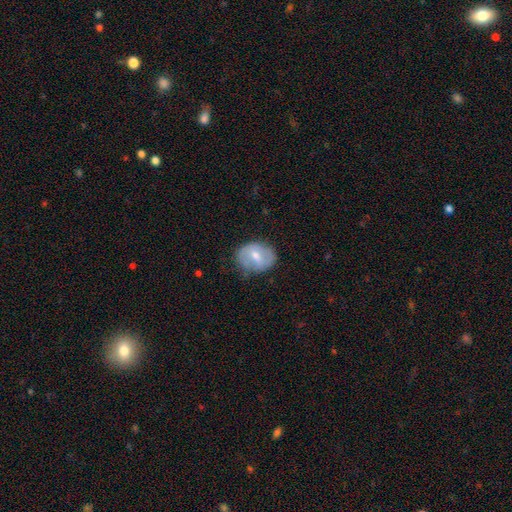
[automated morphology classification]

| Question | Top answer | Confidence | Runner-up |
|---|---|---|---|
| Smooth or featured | smooth | 50% | featured or disk (43%) |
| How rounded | round | 50% | in between (49%) |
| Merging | none | 69% | minor disturbance (23%) |